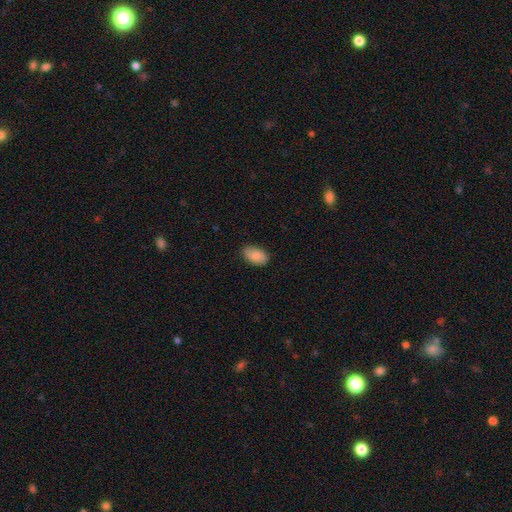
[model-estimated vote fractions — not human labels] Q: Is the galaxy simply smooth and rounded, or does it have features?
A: smooth — 86%.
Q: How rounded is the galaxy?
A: in between — 93%.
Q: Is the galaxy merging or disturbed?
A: none — 84%.